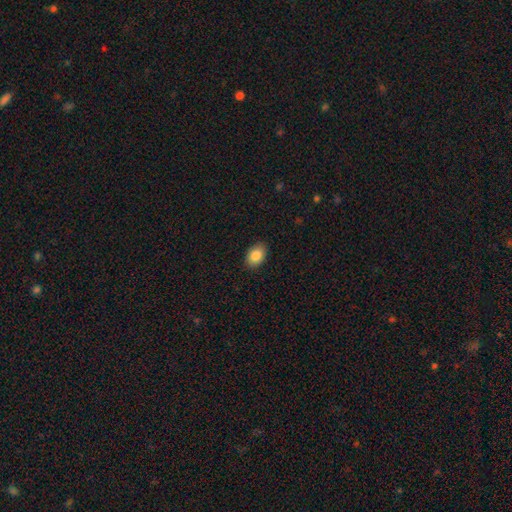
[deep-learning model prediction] A smooth galaxy with no disk features (87%) that is in between round and cigar-shaped (84%). Merging: none (89%).